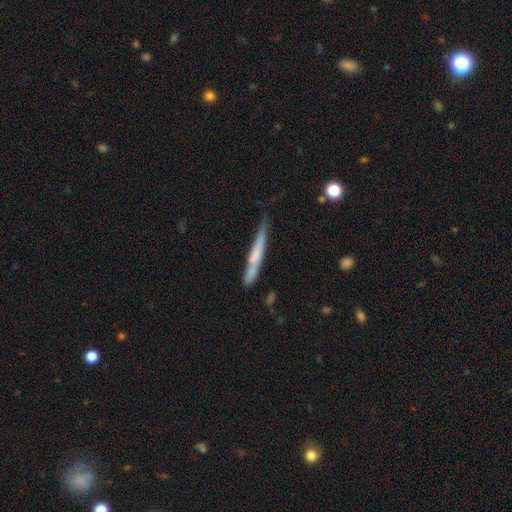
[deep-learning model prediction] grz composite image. It shows a featured or disk galaxy (48%). Merging: none (56%).